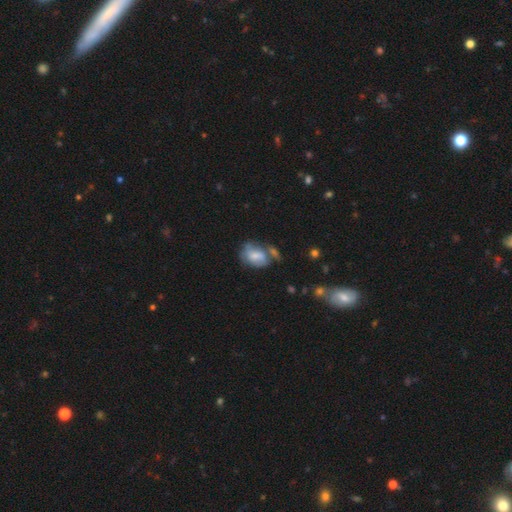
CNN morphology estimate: type=smooth (66%); roundness=in between (78%); merging=none (35%).